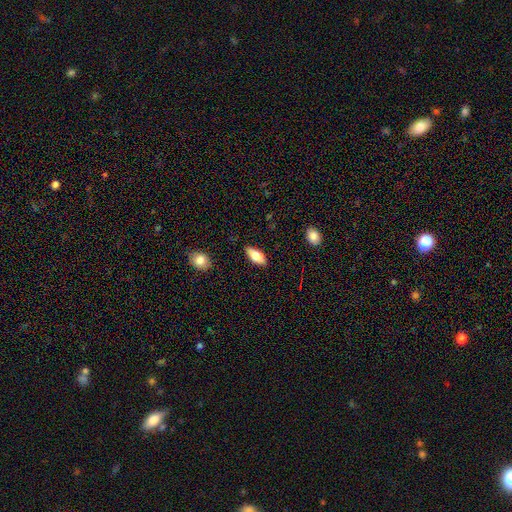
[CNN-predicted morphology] A smooth galaxy with no disk features (73%) that is in between round and cigar-shaped (80%). Merging: none (86%).